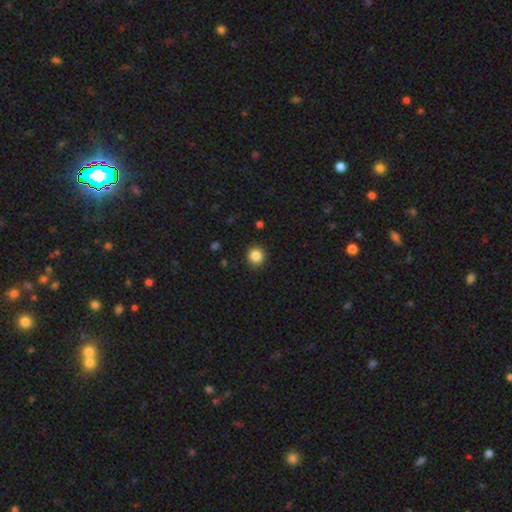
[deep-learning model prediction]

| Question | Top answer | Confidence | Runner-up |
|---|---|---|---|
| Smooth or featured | smooth | 86% | star or artifact (10%) |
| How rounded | round | 93% | in between (6%) |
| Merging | none | 91% | minor disturbance (6%) |